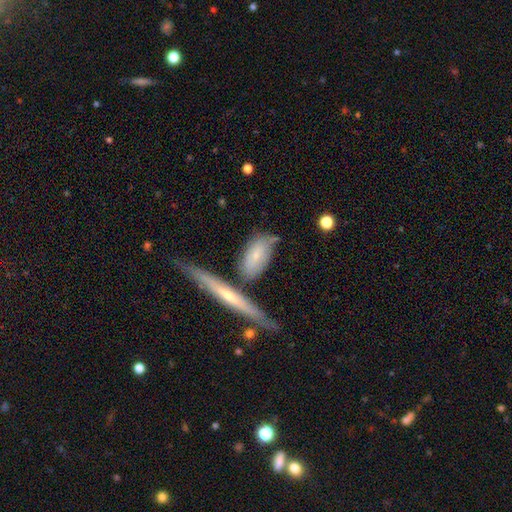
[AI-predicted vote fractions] Overall: smooth (59%; featured or disk 35%). How rounded: in between (70%). Merging: none (55%; minor disturbance 23%).